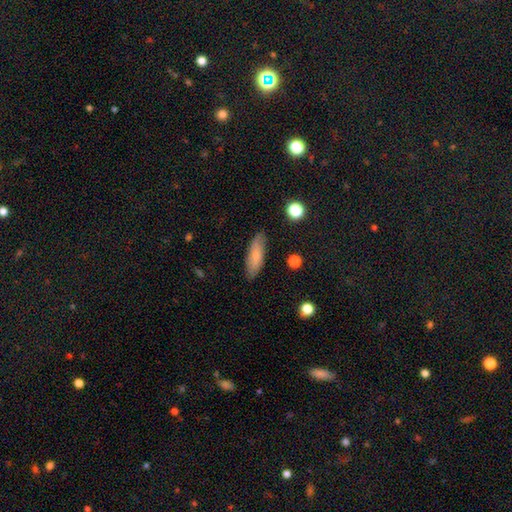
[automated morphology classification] Smooth or featured?
  - smooth: 77% *
  - featured or disk: 16%
  - star or artifact: 7%
How rounded?
  - in between: 53% *
  - cigar-shaped: 45%
  - round: 2%
Merging?
  - none: 84% *
  - minor disturbance: 12%
  - major disturbance: 3%
  - merger: 1%